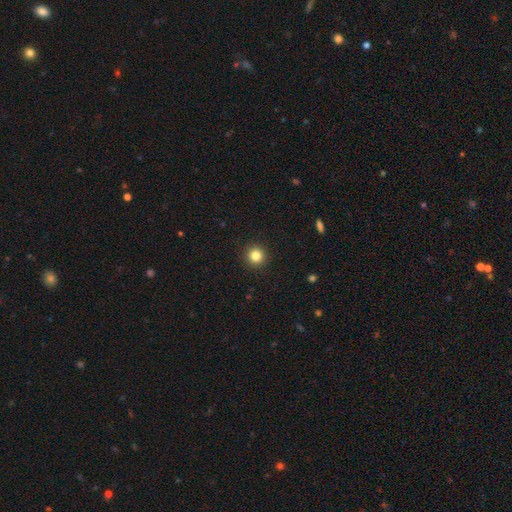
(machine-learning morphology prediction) A smooth galaxy with no disk features (83%) that is round (95%).

Vote fractions:
- Smooth or featured? smooth: 83% / star or artifact: 12% / featured or disk: 5%
- How rounded? round: 95% / in between: 4% / cigar-shaped: 1%
- Merging? none: 93% / minor disturbance: 5% / major disturbance: 2% / merger: 1%